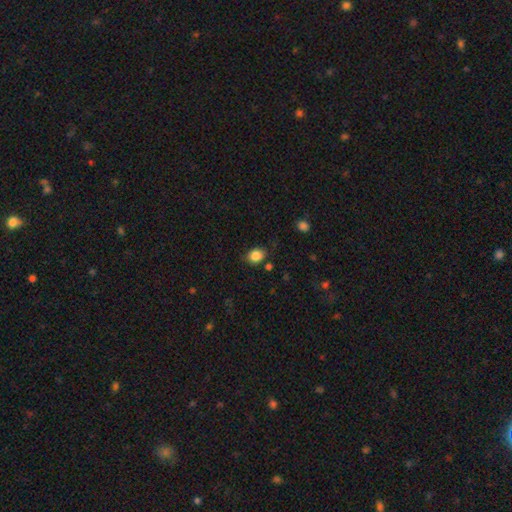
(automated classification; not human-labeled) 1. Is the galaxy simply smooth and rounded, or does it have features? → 85% smooth, 10% star or artifact, 5% featured or disk.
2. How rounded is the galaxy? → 50% in between, 49% round, 1% cigar-shaped.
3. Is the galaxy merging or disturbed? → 78% none, 14% minor disturbance, 4% major disturbance, 3% merger.